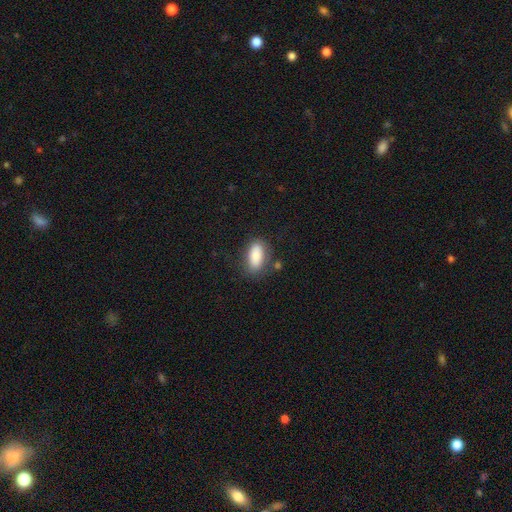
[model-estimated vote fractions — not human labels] Q: Smooth or featured?
A: smooth (80%); runner-up: featured or disk (12%)
Q: How rounded?
A: in between (89%); runner-up: cigar-shaped (7%)
Q: Merging?
A: none (73%); runner-up: minor disturbance (17%)